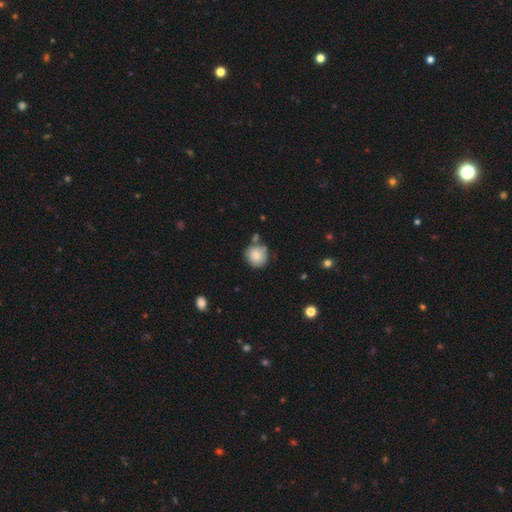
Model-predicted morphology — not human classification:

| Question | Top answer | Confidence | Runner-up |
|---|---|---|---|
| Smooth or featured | smooth | 83% | featured or disk (9%) |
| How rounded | round | 91% | in between (8%) |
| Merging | none | 71% | minor disturbance (15%) |